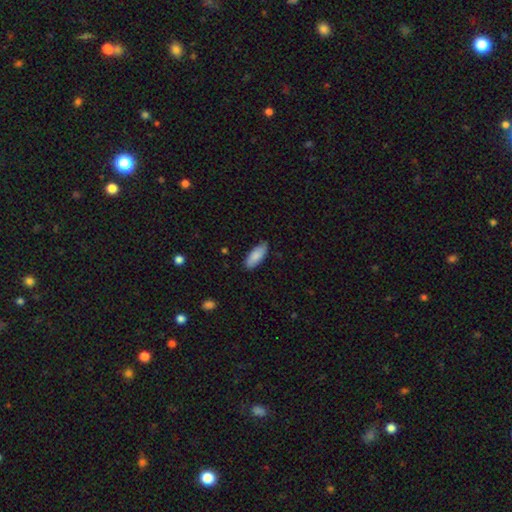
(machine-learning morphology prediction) type=smooth (87%); roundness=in between (77%); merging=none (84%).